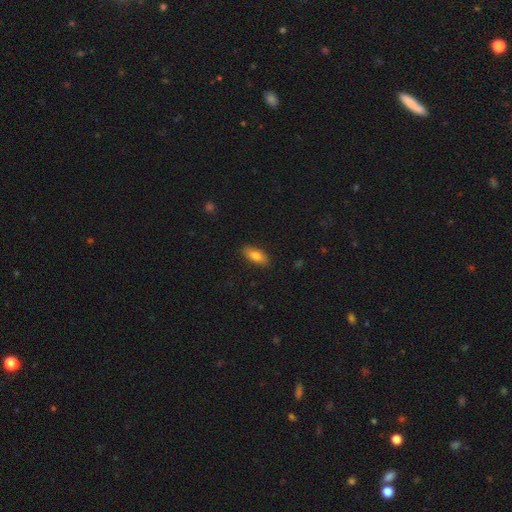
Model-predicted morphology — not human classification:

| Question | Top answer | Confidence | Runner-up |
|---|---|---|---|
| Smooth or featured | smooth | 80% | featured or disk (13%) |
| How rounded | in between | 81% | cigar-shaped (17%) |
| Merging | none | 87% | minor disturbance (10%) |